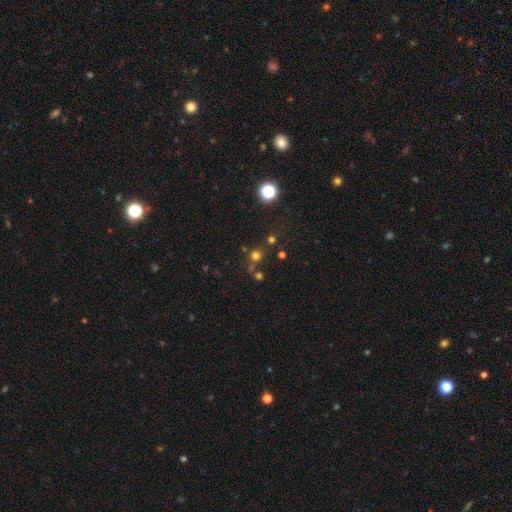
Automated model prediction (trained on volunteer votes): Overall: smooth (62%; star or artifact 30%). How rounded: round (90%). Merging: none (71%).